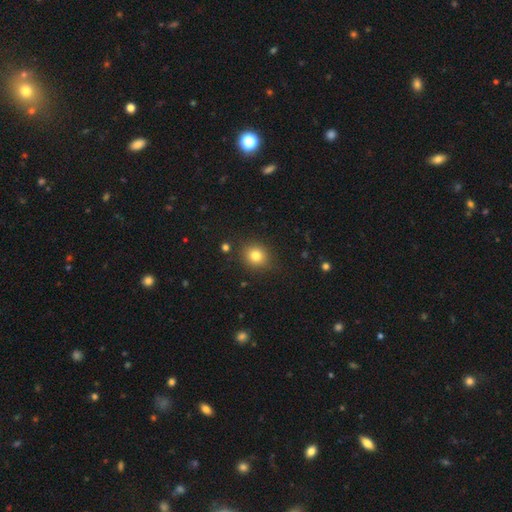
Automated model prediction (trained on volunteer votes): smooth_or_featured: smooth (p=0.80) [alt: star or artifact p=0.12]
how_rounded: round (p=0.80) [alt: in between p=0.19]
merging: none (p=0.85) [alt: minor disturbance p=0.10]